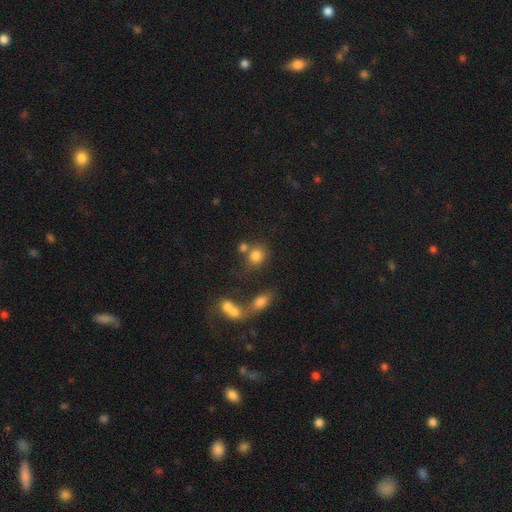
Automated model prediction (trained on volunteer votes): A smooth galaxy with no disk features (79%) that is round (73%). Merging: none (58%).